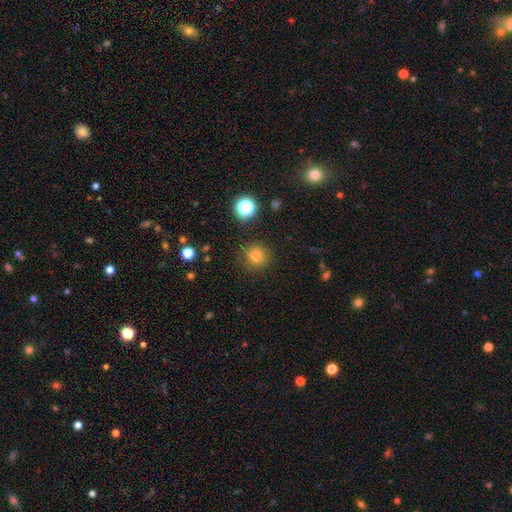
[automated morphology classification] smooth_or_featured: smooth (p=0.78) [alt: star or artifact p=0.15]
how_rounded: round (p=0.94) [alt: in between p=0.06]
merging: none (p=0.88) [alt: minor disturbance p=0.08]